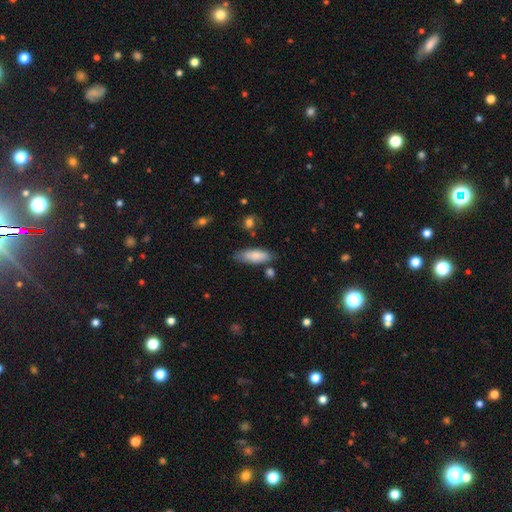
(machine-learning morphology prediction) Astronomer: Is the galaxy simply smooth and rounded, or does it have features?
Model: smooth — 82%.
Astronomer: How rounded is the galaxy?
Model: in between — 67%.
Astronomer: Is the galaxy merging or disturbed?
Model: none — 73%.